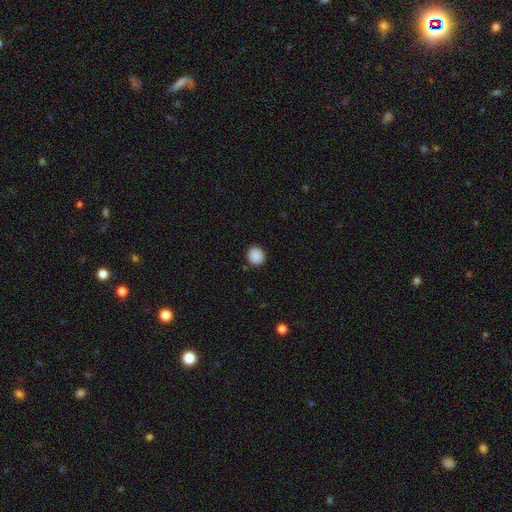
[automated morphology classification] type=smooth (89%); roundness=round (86%); merging=none (90%).